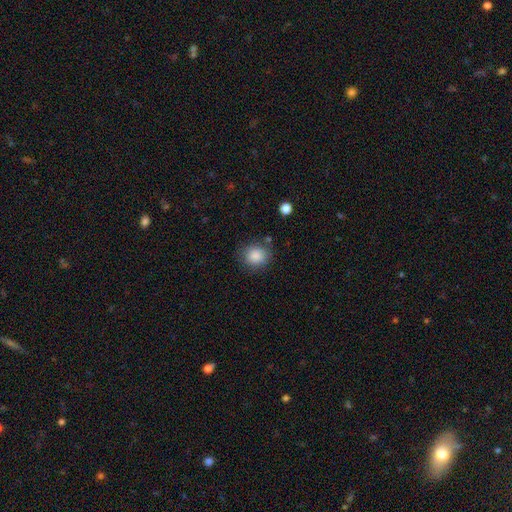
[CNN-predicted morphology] smooth_or_featured: smooth (p=0.87) [alt: star or artifact p=0.09]
how_rounded: round (p=0.76) [alt: in between p=0.23]
merging: none (p=0.80) [alt: minor disturbance p=0.12]